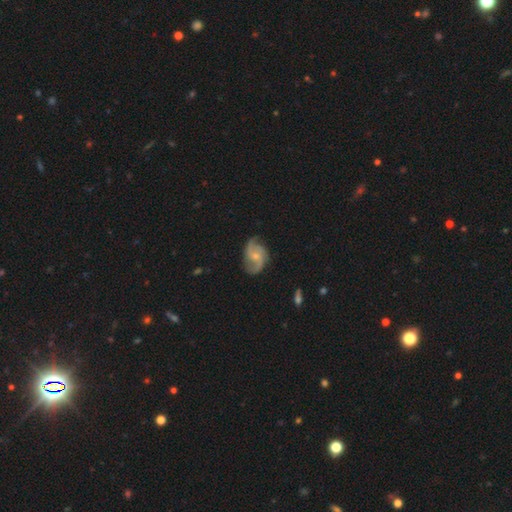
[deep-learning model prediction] The model was most divided on "spiral winding": medium: 45%, loose: 40%, tight: 15%. More confident: edge-on disk — no (98%); spiral arms — yes (96%); smooth or featured — featured or disk (84%); merging — none (72%); spiral arm count — 2 (66%); bar — no (58%); bulge size — small (55%).